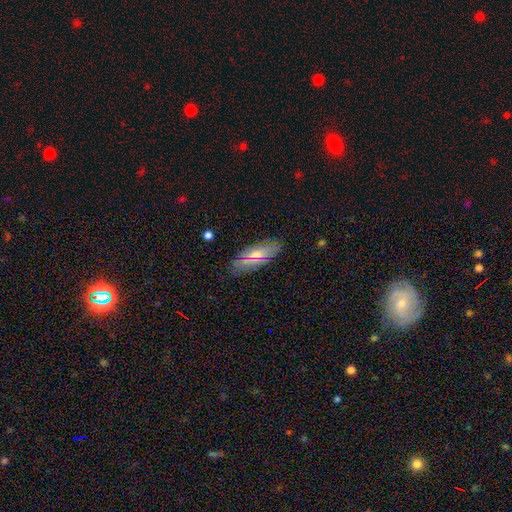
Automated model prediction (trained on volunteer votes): A smooth galaxy with no disk features (60%) that is in between round and cigar-shaped (72%).

Vote fractions:
- Smooth or featured? smooth: 60% / featured or disk: 26% / star or artifact: 14%
- How rounded? in between: 72% / cigar-shaped: 24% / round: 4%
- Merging? none: 85% / minor disturbance: 11% / major disturbance: 2% / merger: 1%